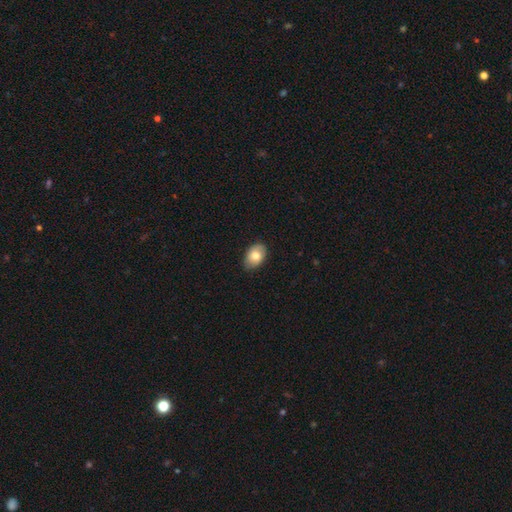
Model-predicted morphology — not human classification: This appears to be a smooth galaxy with no disk features (78%) that is in between round and cigar-shaped (86%). Merging: none (80%).